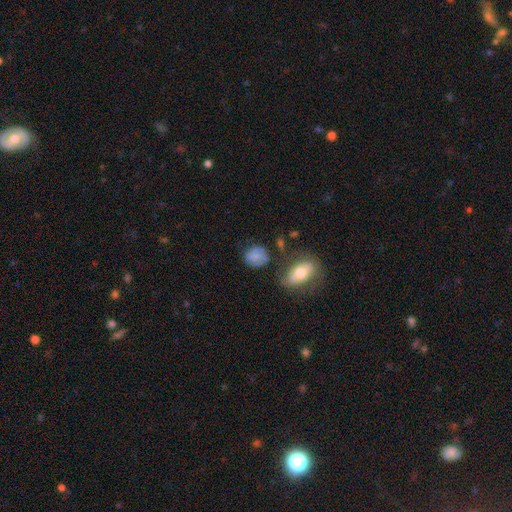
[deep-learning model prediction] Morphology: type=smooth (74%); roundness=round (62%); merging=none (60%).